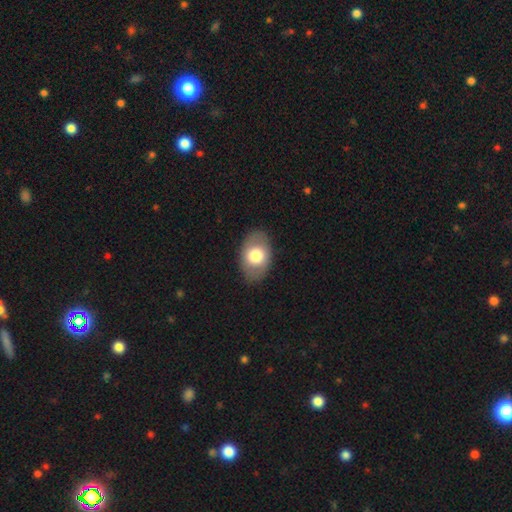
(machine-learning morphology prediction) type=smooth (68%); roundness=in between (82%); merging=none (84%).